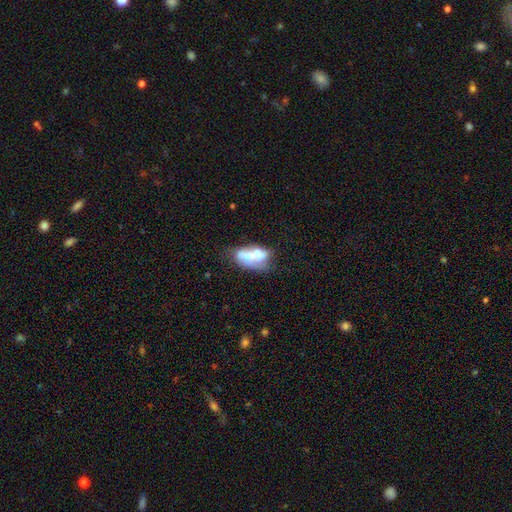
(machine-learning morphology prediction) smooth_or_featured: featured or disk (p=0.47) [alt: smooth p=0.44]
merging: merger (p=0.32) [alt: none p=0.30]